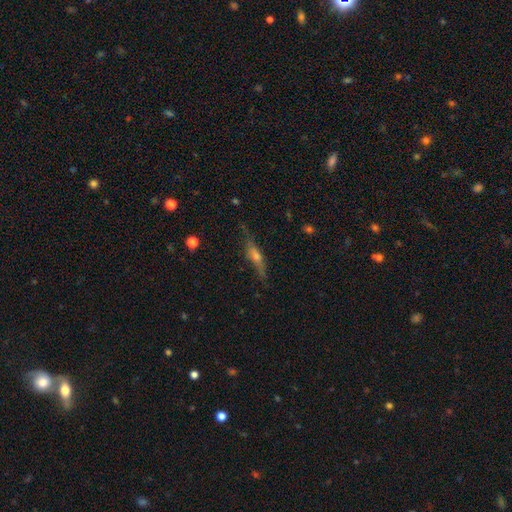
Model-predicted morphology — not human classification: Smooth or featured?
  - featured or disk: 65% *
  - smooth: 25%
  - star or artifact: 10%
Edge-on disk?
  - yes: 92% *
  - no: 8%
Edge-on bulge?
  - rounded: 80% *
  - none: 10%
  - boxy: 10%
Merging?
  - none: 77% *
  - minor disturbance: 16%
  - major disturbance: 5%
  - merger: 2%